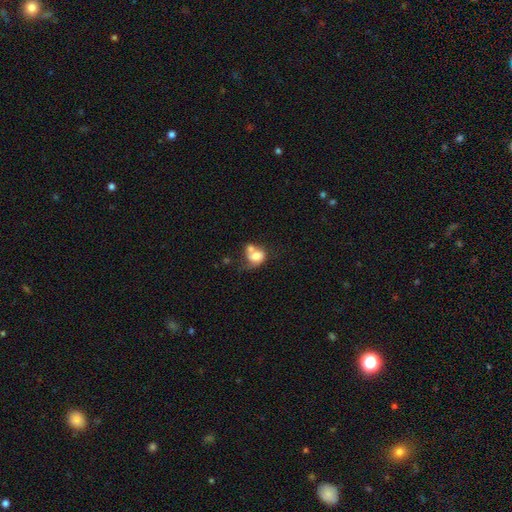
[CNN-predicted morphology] Smooth or featured? Predicted: smooth (p=0.64). How rounded? Predicted: in between (p=0.52). Merging? Predicted: merger (p=0.54).